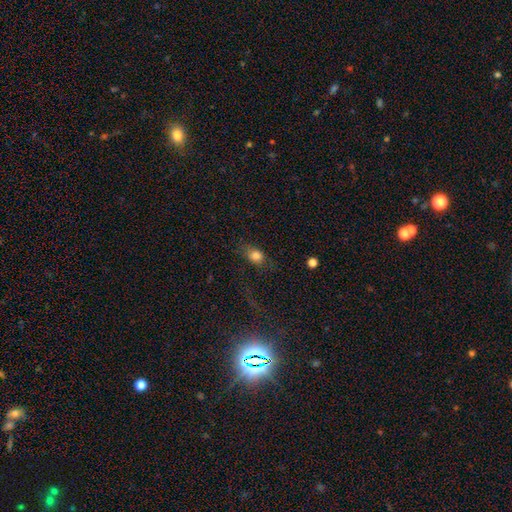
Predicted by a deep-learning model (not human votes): smooth-or-featured: smooth: 77% | star or artifact: 12% | featured or disk: 11%
  how-rounded: in between: 67% | round: 28% | cigar-shaped: 5%
  merging: none: 60% | minor disturbance: 21% | major disturbance: 16% | merger: 3%